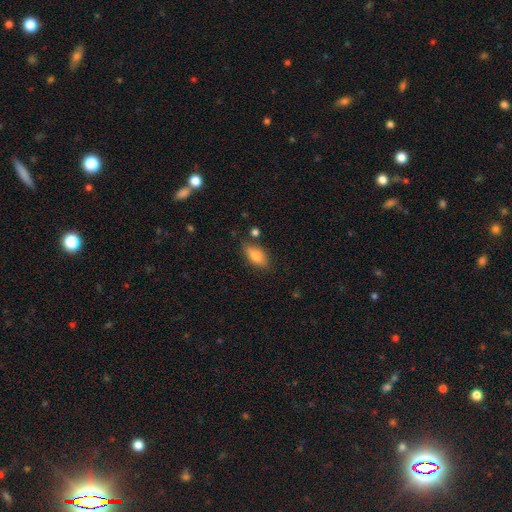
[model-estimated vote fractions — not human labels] Q: Smooth or featured?
A: smooth (74%); runner-up: featured or disk (18%)
Q: How rounded?
A: in between (81%); runner-up: cigar-shaped (15%)
Q: Merging?
A: none (77%); runner-up: minor disturbance (15%)